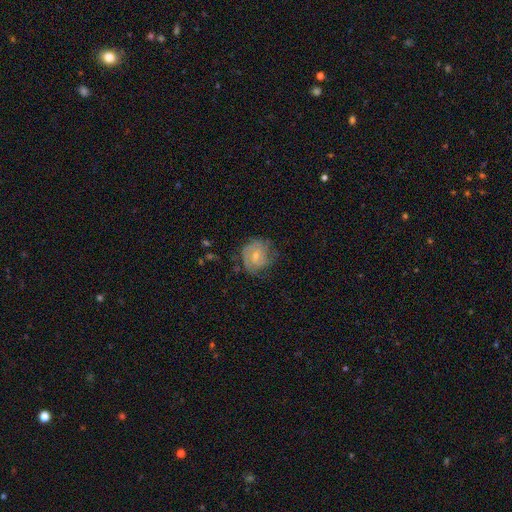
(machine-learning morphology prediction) smooth_or_featured: featured or disk (p=0.64) [alt: smooth p=0.29]
disk_edge_on: no (p=0.98) [alt: yes p=0.02]
bar: no (p=0.63) [alt: weak p=0.32]
has_spiral_arms: yes (p=0.84) [alt: no p=0.16]
spiral_winding: tight (p=0.55) [alt: medium p=0.34]
spiral_arm_count: can't tell (p=0.38) [alt: 2 p=0.26]
bulge_size: small (p=0.61) [alt: moderate p=0.34]
merging: none (p=0.59) [alt: minor disturbance p=0.26]